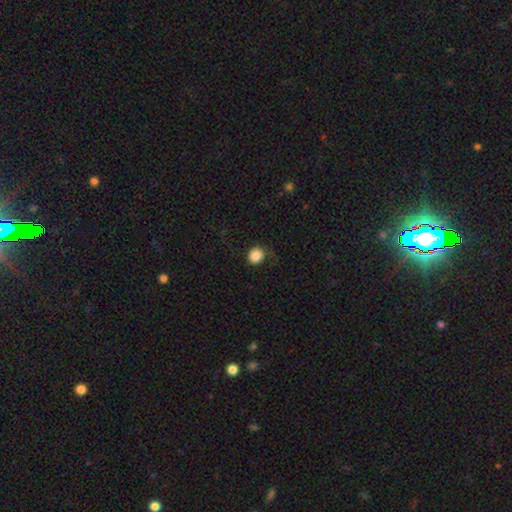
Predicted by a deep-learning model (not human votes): Smooth or featured?
  - smooth: 86% *
  - star or artifact: 9%
  - featured or disk: 5%
How rounded?
  - round: 75% *
  - in between: 24%
  - cigar-shaped: 1%
Merging?
  - none: 74% *
  - minor disturbance: 17%
  - major disturbance: 8%
  - merger: 1%